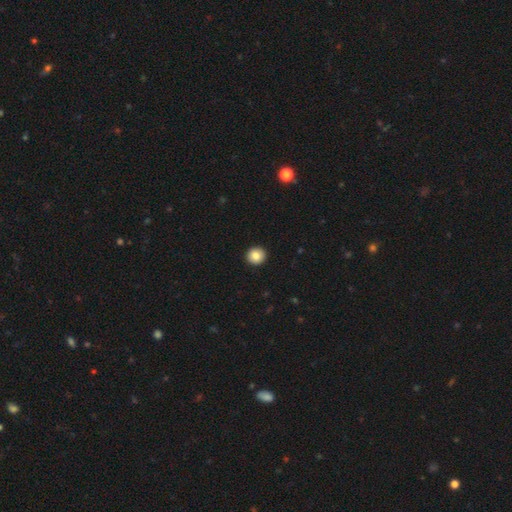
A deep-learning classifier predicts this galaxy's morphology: This appears to be a smooth galaxy with no disk features (85%) that is round (92%). Merging: none (93%).